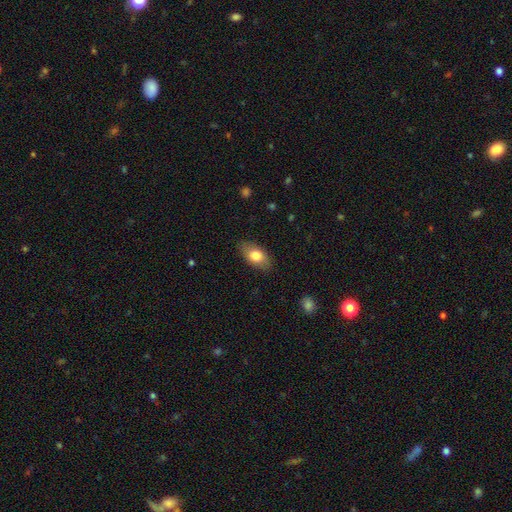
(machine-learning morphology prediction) Smooth or featured? smooth (78%)
How rounded? in between (91%)
Merging? none (84%)